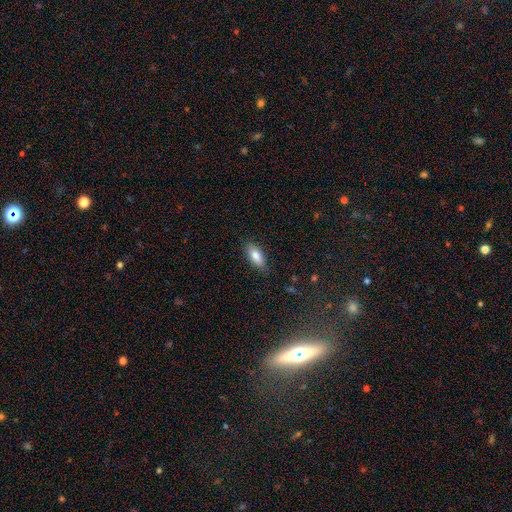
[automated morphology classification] smooth_or_featured: smooth (p=0.84) [alt: featured or disk p=0.09]
how_rounded: in between (p=0.79) [alt: cigar-shaped p=0.19]
merging: none (p=0.85) [alt: minor disturbance p=0.12]